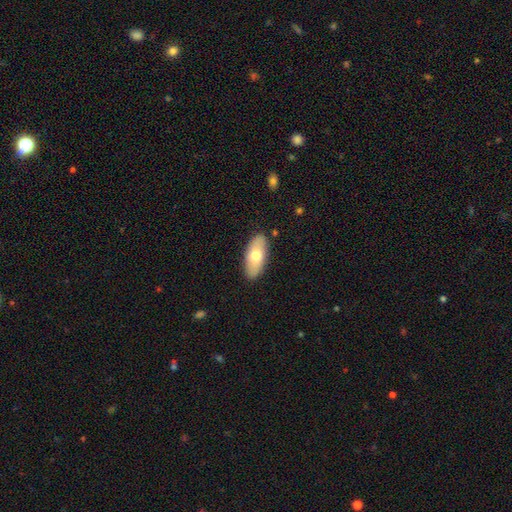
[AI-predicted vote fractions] This is likely a smooth galaxy (68%). How rounded: clearly in between (87%). Merging: clearly none (87%).